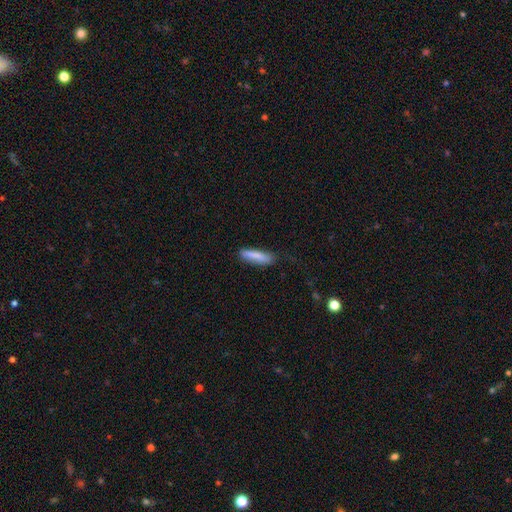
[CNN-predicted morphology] This appears to be a smooth galaxy with no disk features (82%) that is cigar-shaped (77%). Merging: none (74%).